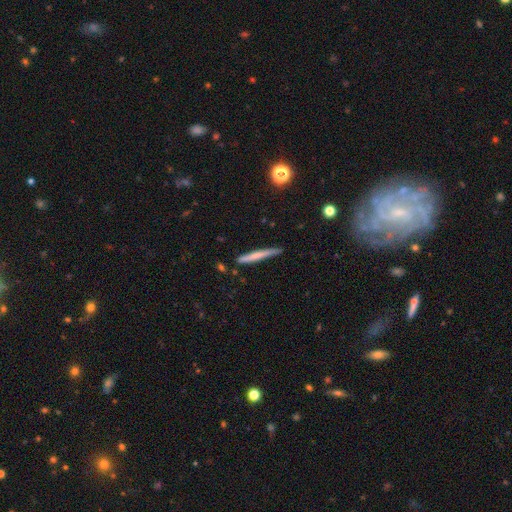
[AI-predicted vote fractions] smooth 56%, featured or disk 38%, star or artifact 6%. Down the decision tree: how rounded — cigar-shaped (96%); merging — none (79%).